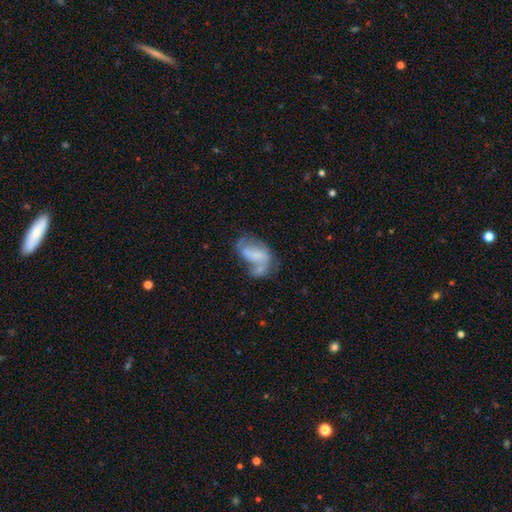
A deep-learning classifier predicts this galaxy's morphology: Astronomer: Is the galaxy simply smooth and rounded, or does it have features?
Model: featured or disk — 56% (runner-up: smooth, 35%).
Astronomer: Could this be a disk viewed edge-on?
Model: no — 96%.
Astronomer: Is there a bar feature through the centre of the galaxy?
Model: no — 42% (runner-up: weak, 35%).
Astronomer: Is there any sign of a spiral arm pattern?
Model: yes — 58% (runner-up: no, 42%).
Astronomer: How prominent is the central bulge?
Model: none — 39% (runner-up: small, 32%).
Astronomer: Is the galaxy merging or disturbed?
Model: merger — 27%, tied with none at 27%.